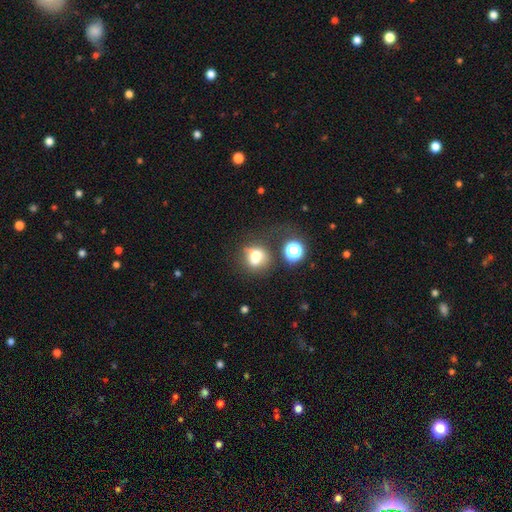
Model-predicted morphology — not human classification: This is likely a smooth galaxy (63%). How rounded: likely round (65%). Merging: marginally none (45%).